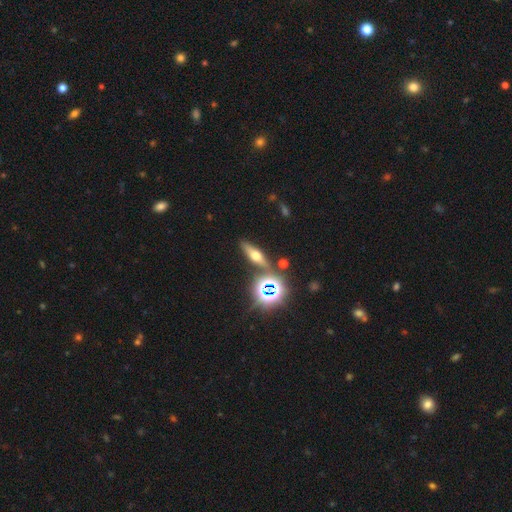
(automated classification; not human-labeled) A featured or disk galaxy (43%).

Vote fractions:
- Smooth or featured? featured or disk: 43% / smooth: 34% / star or artifact: 23%
- Merging? none: 81% / minor disturbance: 9% / merger: 6% / major disturbance: 3%